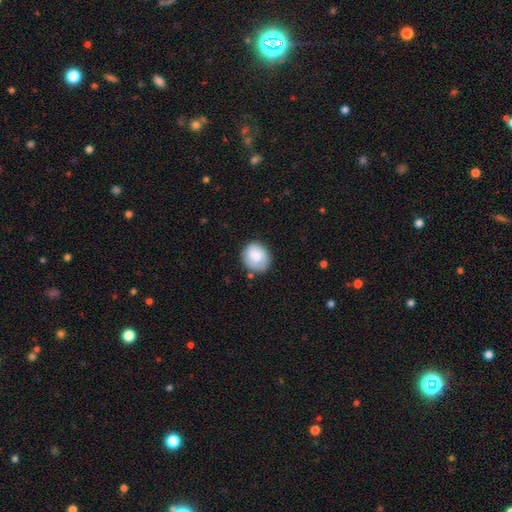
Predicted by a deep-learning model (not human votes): Smooth or featured? smooth (84%)
How rounded? round (74%)
Merging? none (78%)